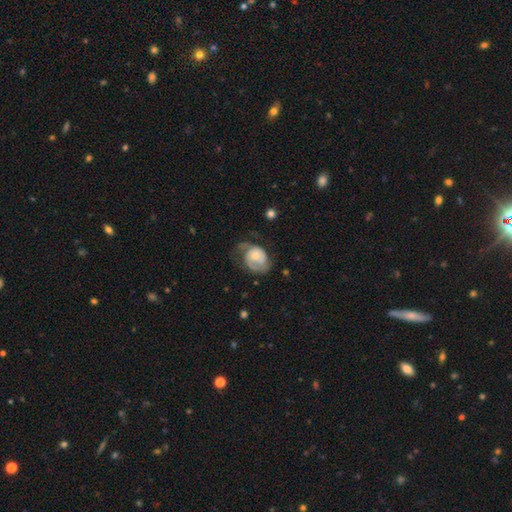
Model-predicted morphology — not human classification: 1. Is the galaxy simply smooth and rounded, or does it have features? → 62% featured or disk, 31% smooth, 6% star or artifact.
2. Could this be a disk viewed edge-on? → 97% no, 3% yes.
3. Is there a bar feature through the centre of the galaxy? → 75% no, 21% weak, 4% strong.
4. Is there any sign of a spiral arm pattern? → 79% yes, 21% no.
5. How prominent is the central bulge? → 48% moderate, 44% small, 4% large, 2% none, 1% dominant.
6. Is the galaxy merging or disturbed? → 38% none, 32% major disturbance, 28% minor disturbance, 2% merger.